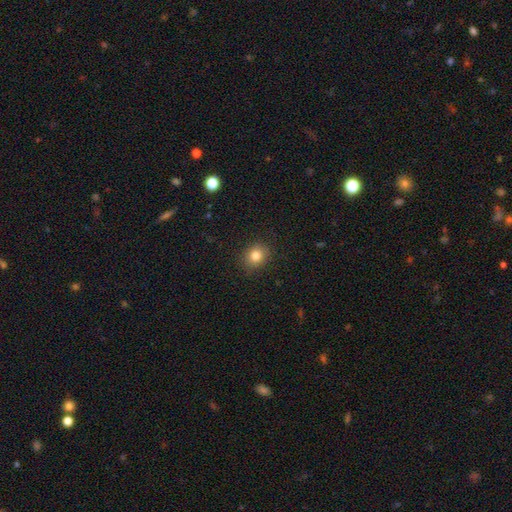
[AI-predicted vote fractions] Smooth or featured? smooth (82%)
How rounded? round (69%)
Merging? none (88%)